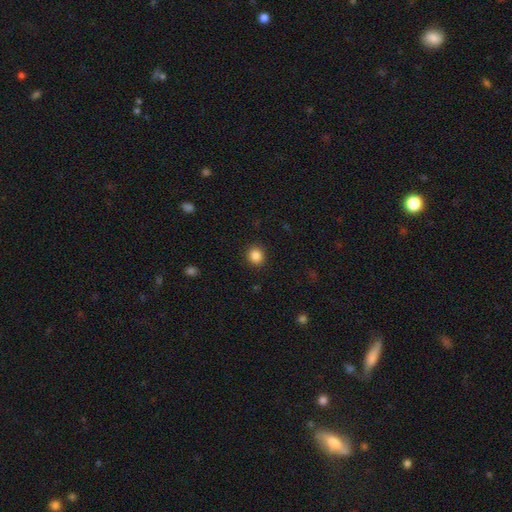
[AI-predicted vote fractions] A smooth galaxy with no disk features (87%) that is round (81%). Merging: none (90%).